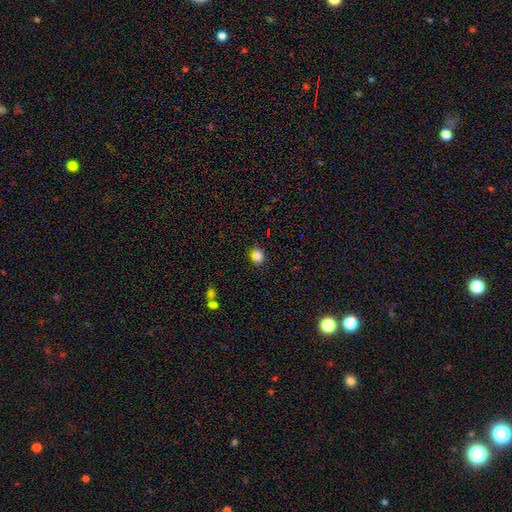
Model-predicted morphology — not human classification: type=smooth (83%); roundness=in between (65%); merging=none (79%).